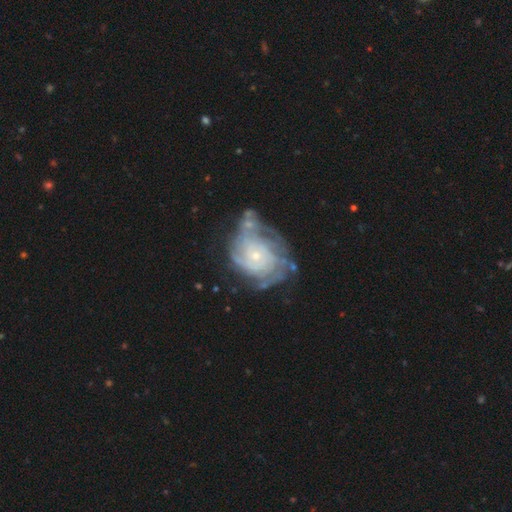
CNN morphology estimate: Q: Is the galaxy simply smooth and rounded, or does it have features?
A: featured or disk — 84%.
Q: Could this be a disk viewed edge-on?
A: no — 98%.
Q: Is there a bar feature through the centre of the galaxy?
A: no — 77%.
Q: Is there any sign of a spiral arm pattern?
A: yes — 93%.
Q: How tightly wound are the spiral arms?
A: tight — 68%.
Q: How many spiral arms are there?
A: can't tell — 40%.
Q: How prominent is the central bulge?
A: small — 76%.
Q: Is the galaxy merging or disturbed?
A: none — 46%.